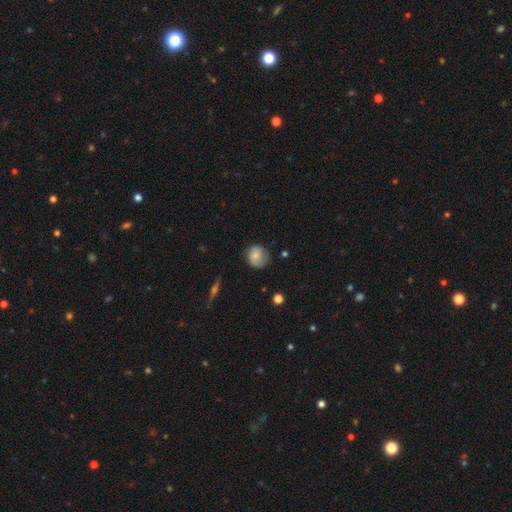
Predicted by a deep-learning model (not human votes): smooth 69%, featured or disk 23%, star or artifact 8%. Down the decision tree: how rounded — round (83%); merging — none (69%).